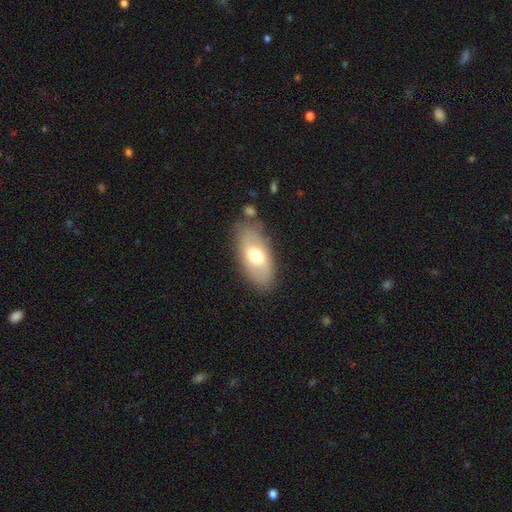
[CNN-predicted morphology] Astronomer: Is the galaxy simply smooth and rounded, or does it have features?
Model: smooth — 59% (runner-up: featured or disk, 35%).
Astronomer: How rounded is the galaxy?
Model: in between — 90%.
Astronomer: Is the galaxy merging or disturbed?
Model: none — 75%.